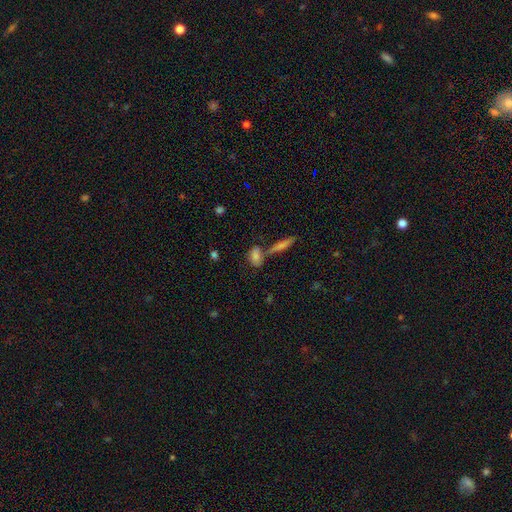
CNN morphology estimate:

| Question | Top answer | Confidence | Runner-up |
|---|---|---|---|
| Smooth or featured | smooth | 75% | featured or disk (16%) |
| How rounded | in between | 75% | round (13%) |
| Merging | none | 52% | merger (28%) |